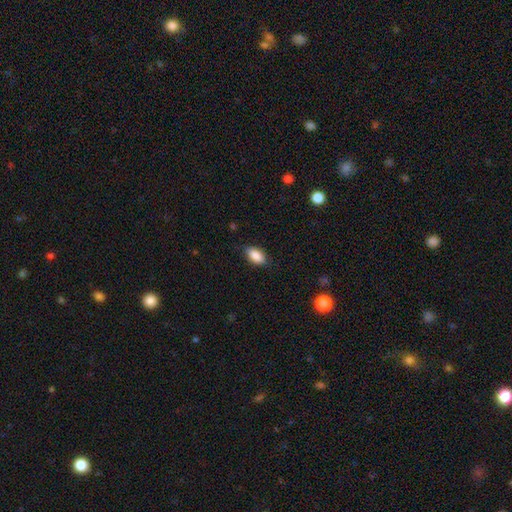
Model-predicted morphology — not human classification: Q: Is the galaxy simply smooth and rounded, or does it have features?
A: smooth — 88%.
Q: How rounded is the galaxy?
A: in between — 91%.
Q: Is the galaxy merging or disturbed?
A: none — 82%.